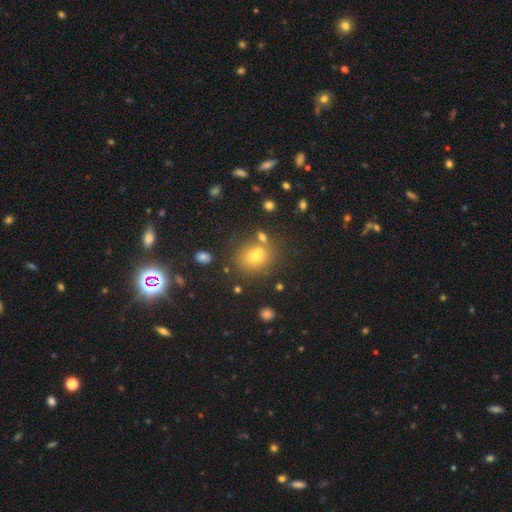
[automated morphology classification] Smooth or featured: smooth — 60% (star or artifact — 32%)
How rounded: round — 78% (in between — 21%)
Merging: none — 79% (minor disturbance — 9%)